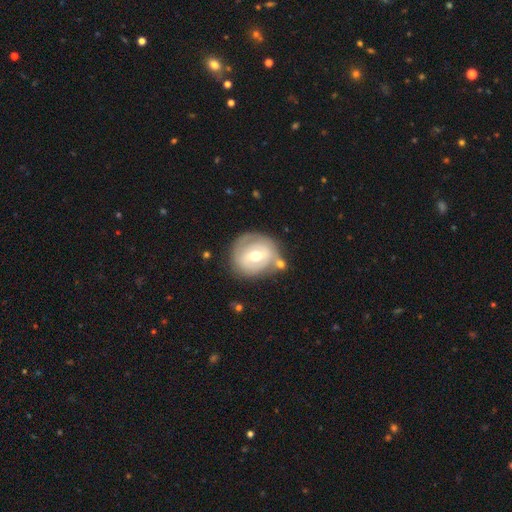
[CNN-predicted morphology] smooth-or-featured: featured or disk: 62% | smooth: 32% | star or artifact: 6%
  disk-edge-on: no: 96% | yes: 4%
    bar: weak: 46% | no: 32% | strong: 22%
    has-spiral-arms: yes: 55% | no: 45%
    bulge-size: moderate: 75% | small: 17% | large: 7% | dominant: 1% | none: 1%
  merging: none: 66% | minor disturbance: 18% | merger: 9% | major disturbance: 7%